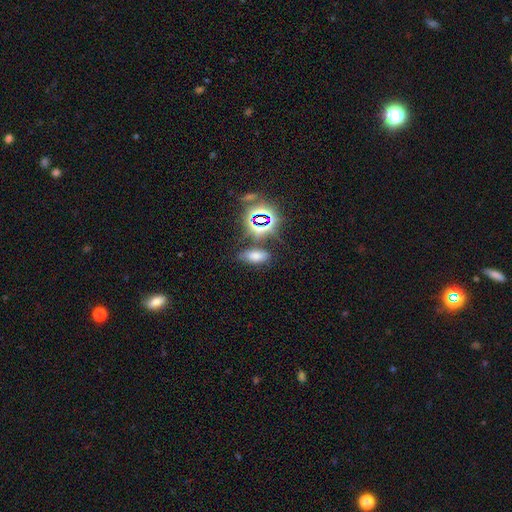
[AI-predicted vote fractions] The model was most divided on "smooth or featured": smooth: 58%, star or artifact: 32%, featured or disk: 10%. More confident: how rounded — in between (85%); merging — none (72%).